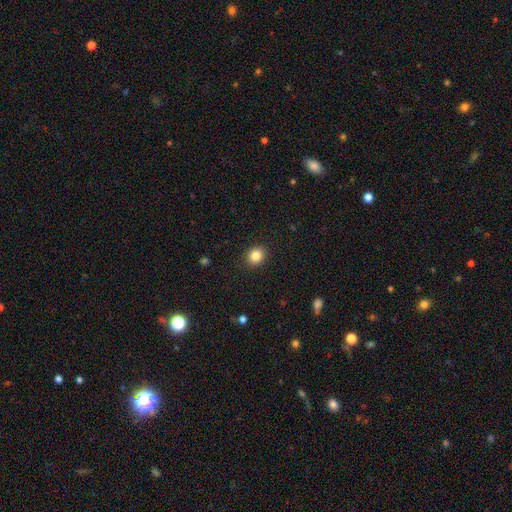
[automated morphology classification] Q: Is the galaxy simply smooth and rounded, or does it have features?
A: smooth — 84%.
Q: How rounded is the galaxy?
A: round — 71%.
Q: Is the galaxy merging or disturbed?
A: none — 90%.